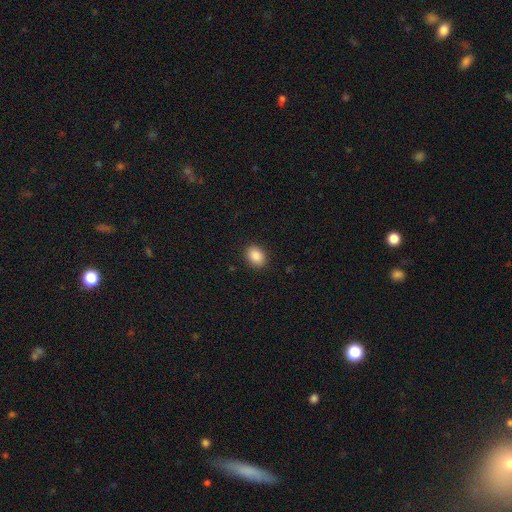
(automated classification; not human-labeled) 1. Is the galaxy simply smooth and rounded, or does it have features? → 89% smooth, 8% star or artifact, 3% featured or disk.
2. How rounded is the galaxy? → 66% in between, 33% round, 1% cigar-shaped.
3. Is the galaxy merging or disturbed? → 90% none, 7% minor disturbance, 2% major disturbance, 1% merger.